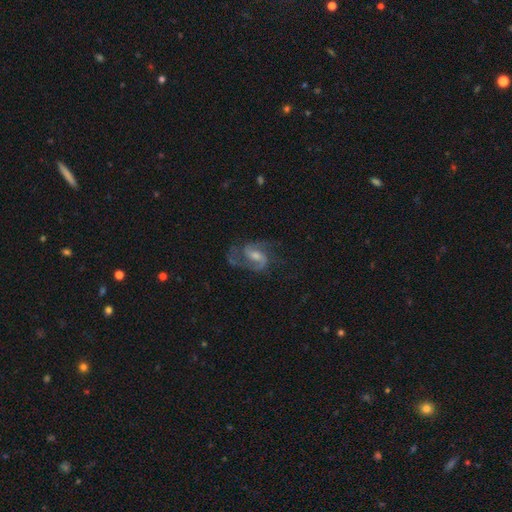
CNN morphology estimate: type=featured or disk (88%); edge-on=no (98%); bar=weak (54%); spiral arms=yes (97%); winding=medium (57%); arm count=2 (88%); bulge=moderate (48%); merging=none (69%).